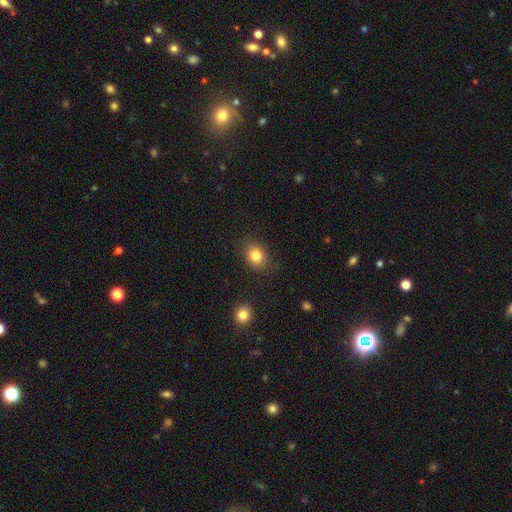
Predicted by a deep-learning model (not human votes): The model was most divided on "how rounded": round: 50%, in between: 49%, cigar-shaped: 1%. More confident: smooth or featured — smooth (82%); merging — none (81%).